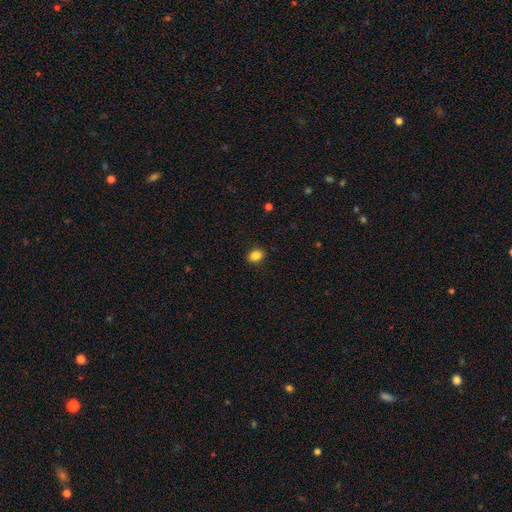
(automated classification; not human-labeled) Smooth or featured? Predicted: smooth (p=0.86). How rounded? Predicted: in between (p=0.53). Merging? Predicted: none (p=0.90).